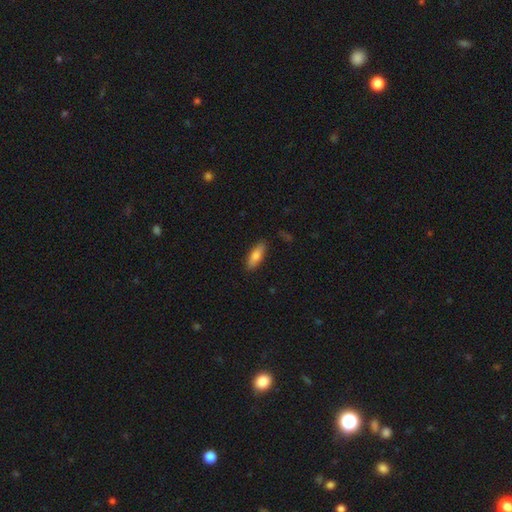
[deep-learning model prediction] A smooth galaxy with no disk features (78%) that is in between round and cigar-shaped (55%).

Vote fractions:
- Smooth or featured? smooth: 78% / featured or disk: 16% / star or artifact: 6%
- How rounded? in between: 55% / cigar-shaped: 43% / round: 2%
- Merging? none: 87% / minor disturbance: 10% / major disturbance: 2% / merger: 1%